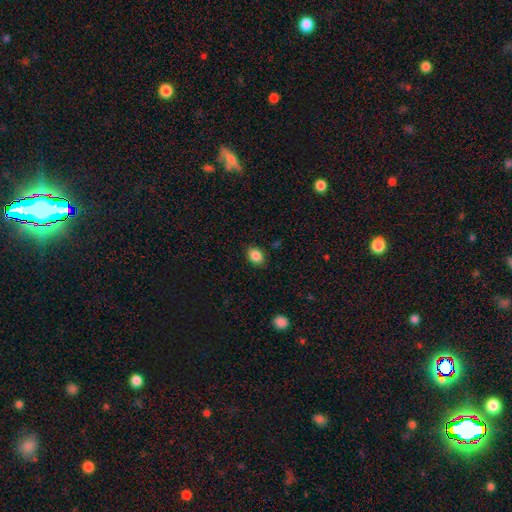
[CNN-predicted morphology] smooth_or_featured: smooth (p=0.86) [alt: star or artifact p=0.09]
how_rounded: in between (p=0.65) [alt: round p=0.34]
merging: none (p=0.87) [alt: minor disturbance p=0.10]